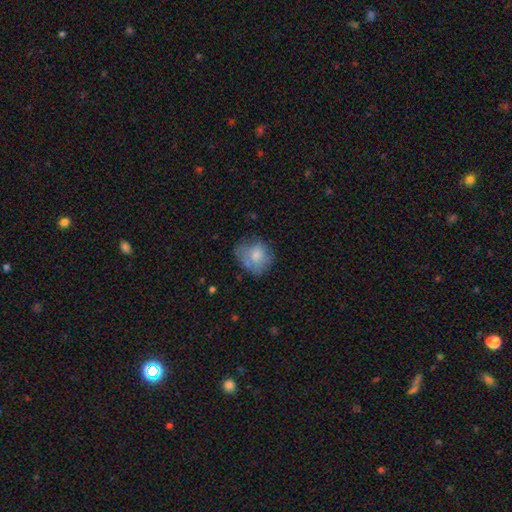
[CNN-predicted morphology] This appears to be a smooth galaxy with no disk features (66%) that is round (67%). Merging: none (56%).